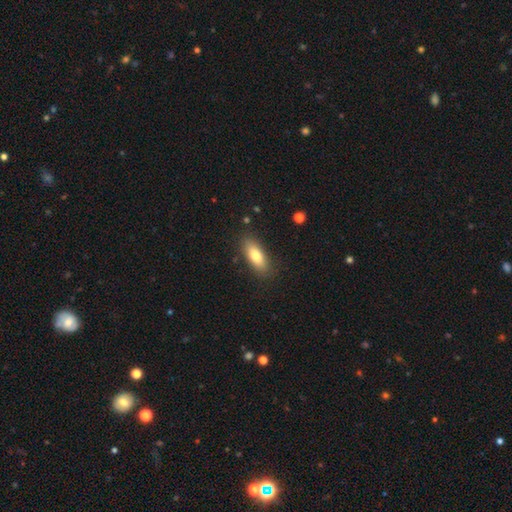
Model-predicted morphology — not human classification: Smooth or featured? smooth (78%)
How rounded? in between (76%)
Merging? none (84%)